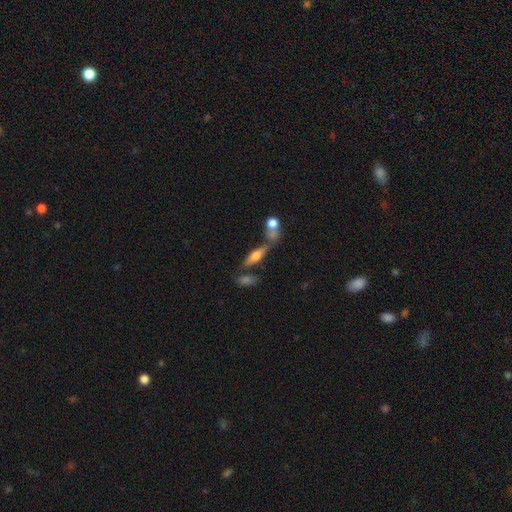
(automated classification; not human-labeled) This appears to be a featured or disk galaxy (47%). Merging: none (59%).